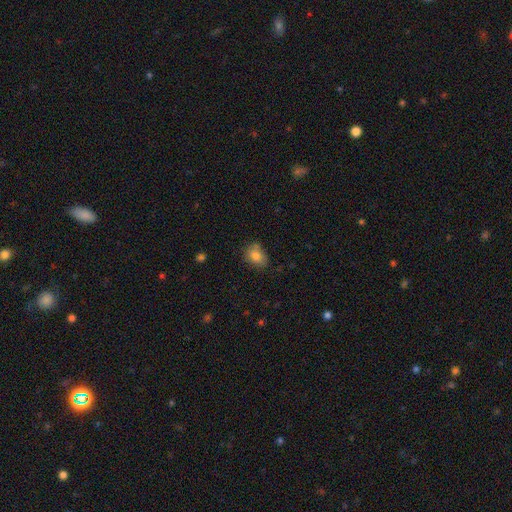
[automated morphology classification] Smooth or featured? Predicted: smooth (p=0.82). How rounded? Predicted: in between (p=0.66). Merging? Predicted: none (p=0.70).